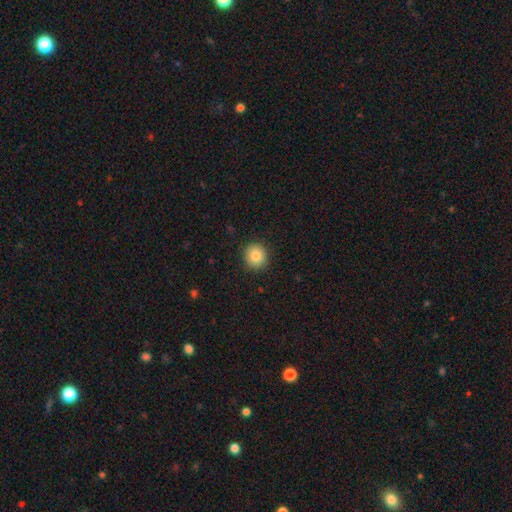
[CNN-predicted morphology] This is clearly a smooth galaxy (85%). How rounded: clearly round (90%). Merging: clearly none (91%).